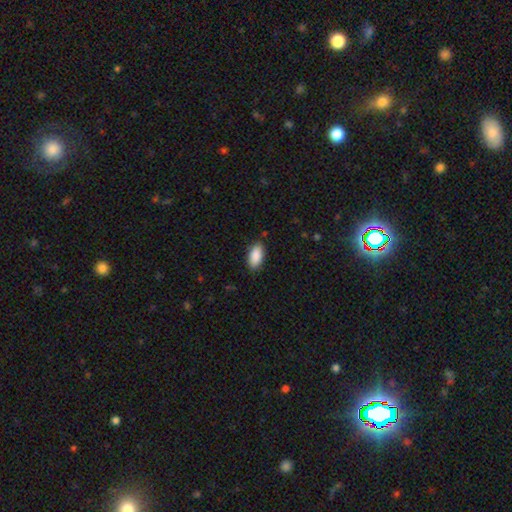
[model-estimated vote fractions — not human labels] Overall: smooth (90%). How rounded: in between (92%). Merging: none (86%).